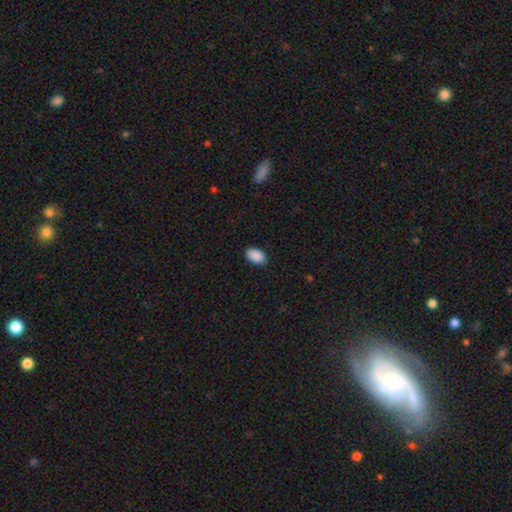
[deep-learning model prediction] Smooth or featured? smooth (91%)
How rounded? in between (92%)
Merging? none (88%)